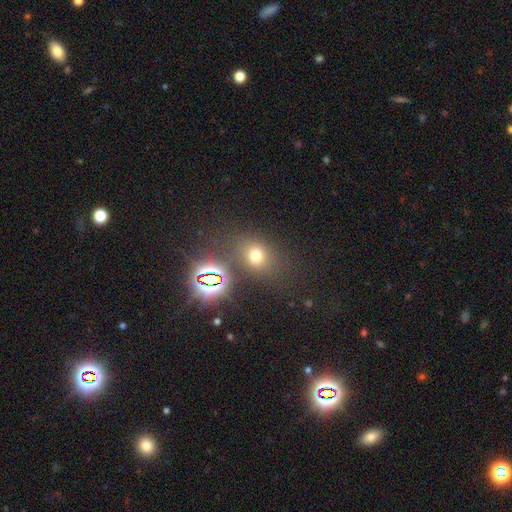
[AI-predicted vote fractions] This is likely a smooth galaxy (63%). How rounded: likely round (64%). Merging: likely none (74%).